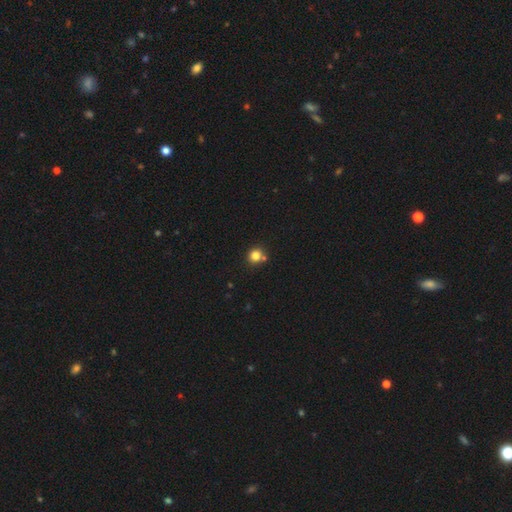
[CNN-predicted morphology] A smooth galaxy with no disk features (82%) that is round (89%).

Vote fractions:
- Smooth or featured? smooth: 82% / star or artifact: 13% / featured or disk: 6%
- How rounded? round: 89% / in between: 10% / cigar-shaped: 1%
- Merging? none: 72% / merger: 16% / minor disturbance: 9% / major disturbance: 3%